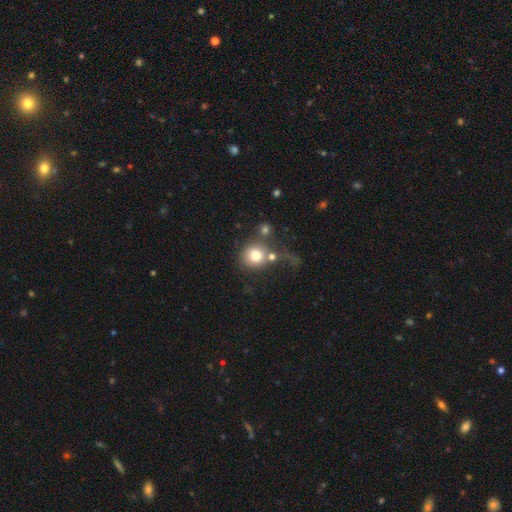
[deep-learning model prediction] Smooth or featured? smooth (76%)
How rounded? round (89%)
Merging? none (46%)